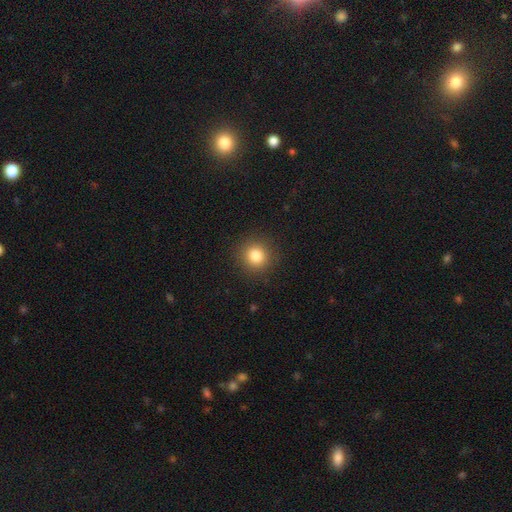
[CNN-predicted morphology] Smooth or featured: smooth — 83% (star or artifact — 11%)
How rounded: round — 92% (in between — 7%)
Merging: none — 90% (minor disturbance — 6%)